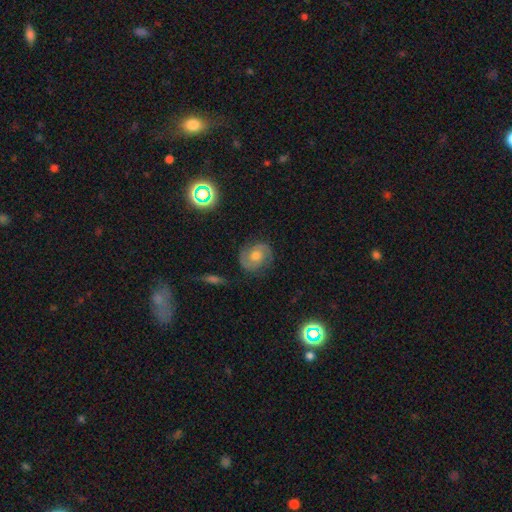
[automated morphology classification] featured or disk 73%, smooth 18%, star or artifact 9%. Down the decision tree: edge-on disk — no (97%); bar — no (66%); spiral arms — yes (93%); spiral arm count — 2 (88%); spiral winding — medium (44%, tied with tight); bulge size — moderate (71%); merging — none (80%).